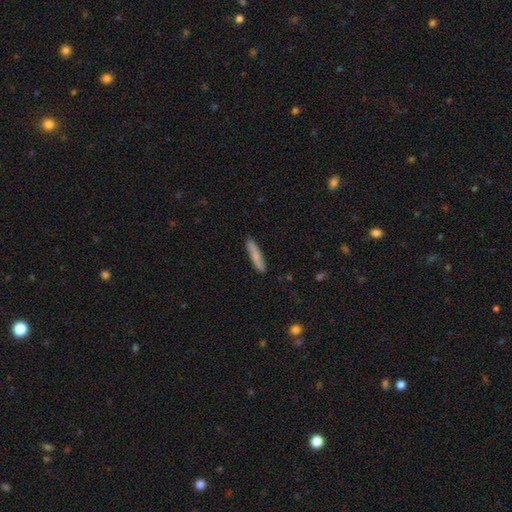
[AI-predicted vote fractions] smooth_or_featured: smooth (p=0.77) [alt: featured or disk p=0.18]
how_rounded: cigar-shaped (p=0.91) [alt: in between p=0.08]
merging: none (p=0.88) [alt: minor disturbance p=0.09]